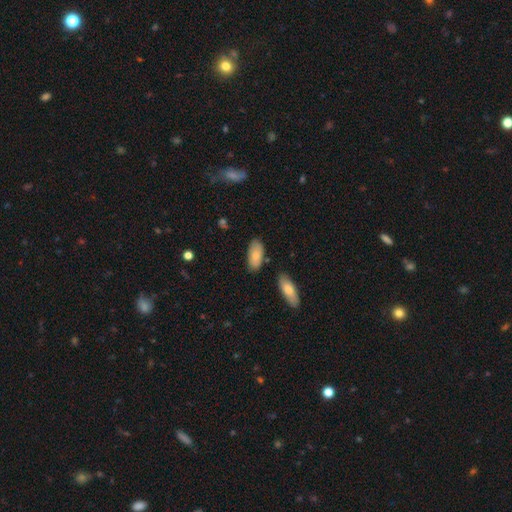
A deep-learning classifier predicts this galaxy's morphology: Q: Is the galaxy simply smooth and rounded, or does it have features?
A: smooth — 84%.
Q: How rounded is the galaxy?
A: in between — 91%.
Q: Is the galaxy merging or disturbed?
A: none — 79%.